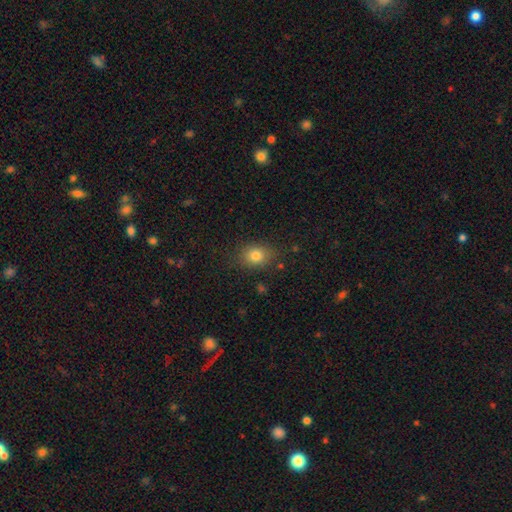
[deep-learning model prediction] Q: Smooth or featured?
A: smooth (80%); runner-up: star or artifact (12%)
Q: How rounded?
A: in between (51%); runner-up: round (48%)
Q: Merging?
A: none (82%); runner-up: minor disturbance (12%)